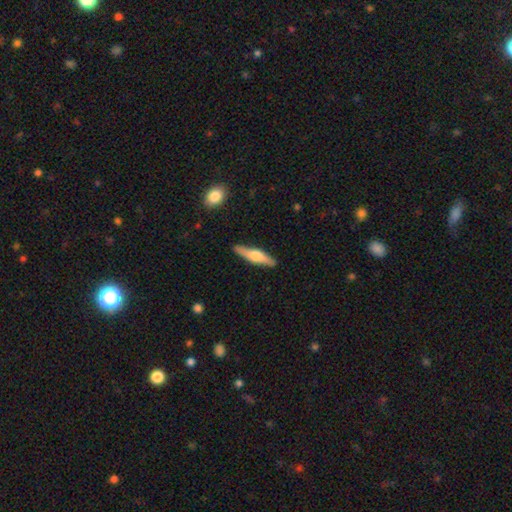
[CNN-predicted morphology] A featured or disk galaxy (50%) viewed edge-on (94%). Merging: none (89%).